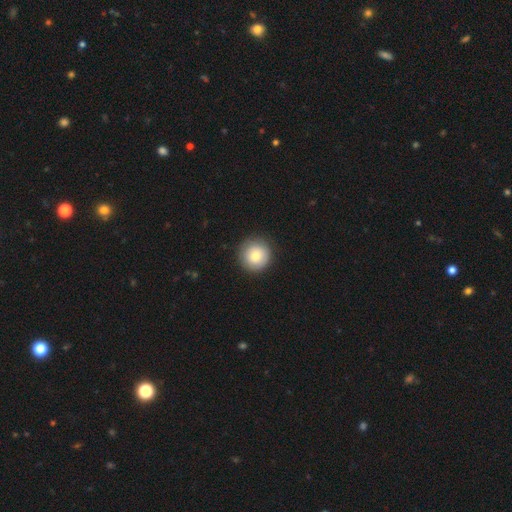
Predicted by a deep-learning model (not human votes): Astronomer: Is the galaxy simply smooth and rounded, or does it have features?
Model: smooth — 80%.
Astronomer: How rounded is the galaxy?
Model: round — 96%.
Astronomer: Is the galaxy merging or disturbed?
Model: none — 89%.